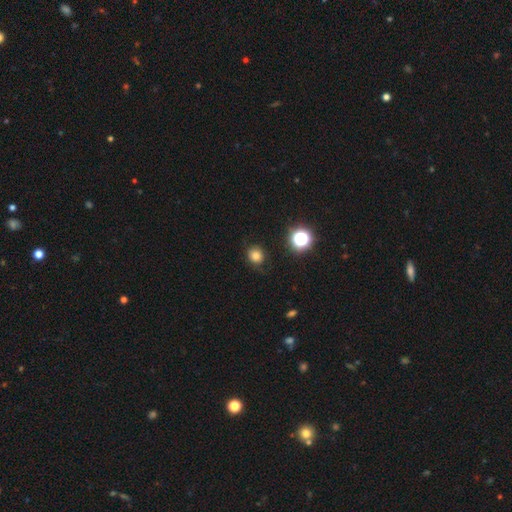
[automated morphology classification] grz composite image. It shows a smooth galaxy with no disk features (79%) that is round (83%). Merging: none (85%).